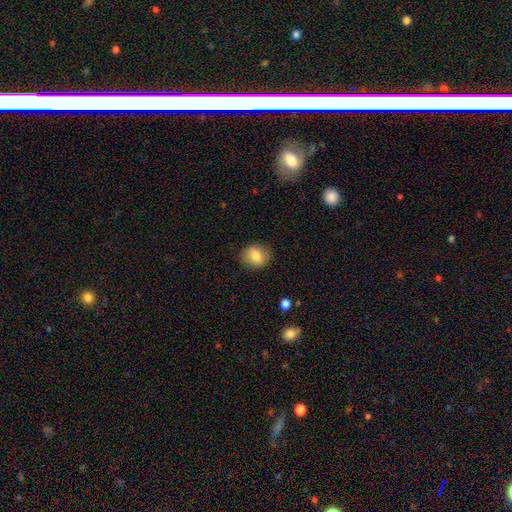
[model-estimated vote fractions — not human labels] smooth 80%, featured or disk 12%, star or artifact 8%. Down the decision tree: how rounded — round (60%); merging — none (84%).